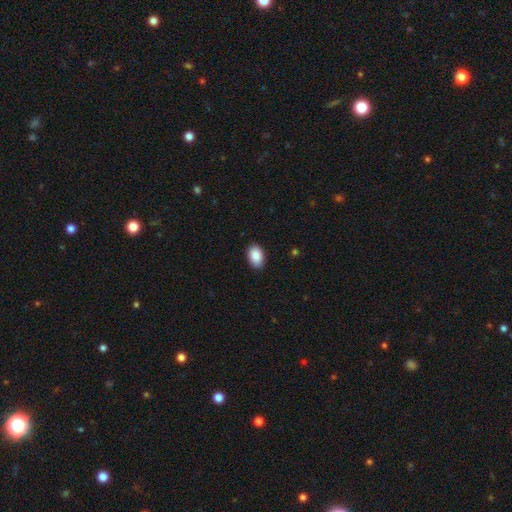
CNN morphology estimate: Smooth or featured? smooth (89%)
How rounded? in between (89%)
Merging? none (88%)